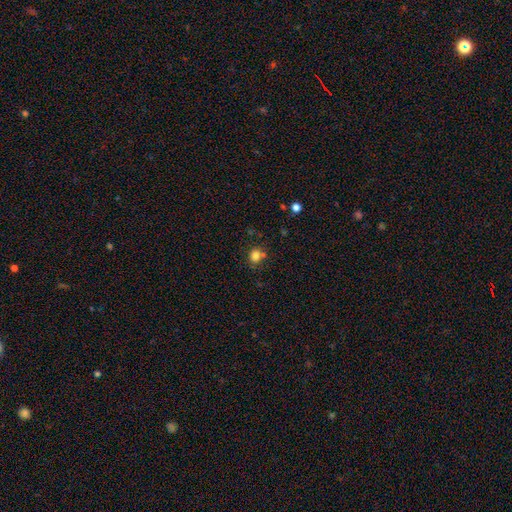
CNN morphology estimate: Smooth or featured? smooth (79%)
How rounded? round (68%)
Merging? none (65%)